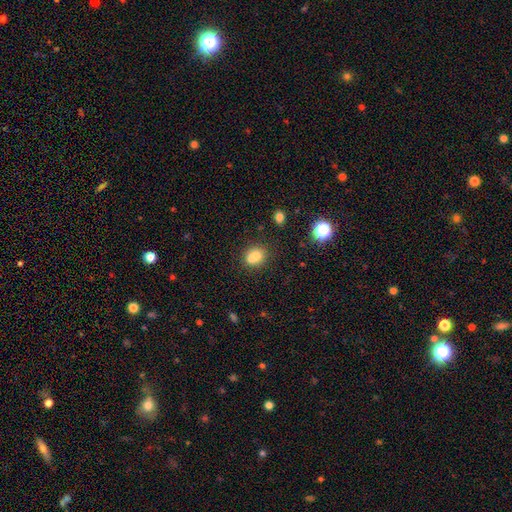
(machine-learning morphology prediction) The model was most divided on "merging": merger: 45%, none: 44%, minor disturbance: 8%, major disturbance: 3%. More confident: how rounded — round (75%); smooth or featured — smooth (71%).